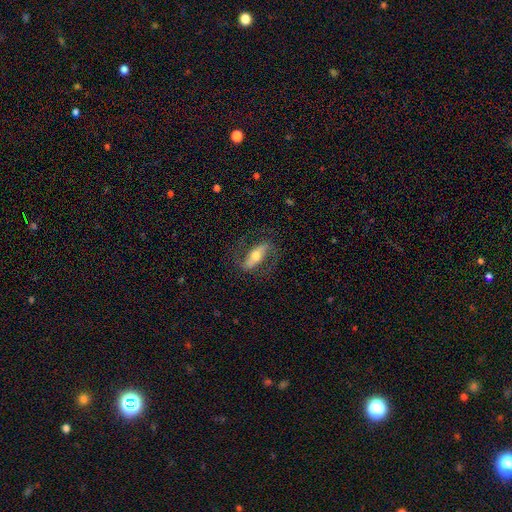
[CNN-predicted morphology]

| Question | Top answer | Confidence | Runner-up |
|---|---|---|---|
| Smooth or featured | featured or disk | 70% | smooth (24%) |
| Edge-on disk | no | 81% | yes (19%) |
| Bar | strong | 56% | weak (23%) |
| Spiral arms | yes | 81% | no (19%) |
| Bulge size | moderate | 66% | small (19%) |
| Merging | none | 75% | minor disturbance (14%) |